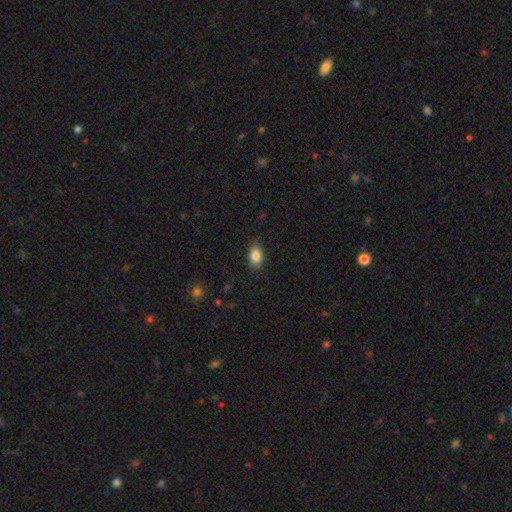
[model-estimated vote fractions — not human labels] A smooth galaxy with no disk features (85%) that is in between round and cigar-shaped (87%). Merging: none (84%).